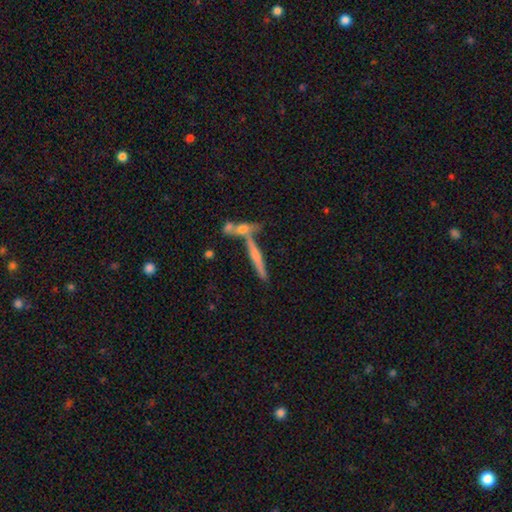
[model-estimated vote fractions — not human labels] Smooth or featured? Predicted: featured or disk (p=0.51). Edge-on disk? Predicted: yes (p=0.92). Merging? Predicted: none (p=0.56).